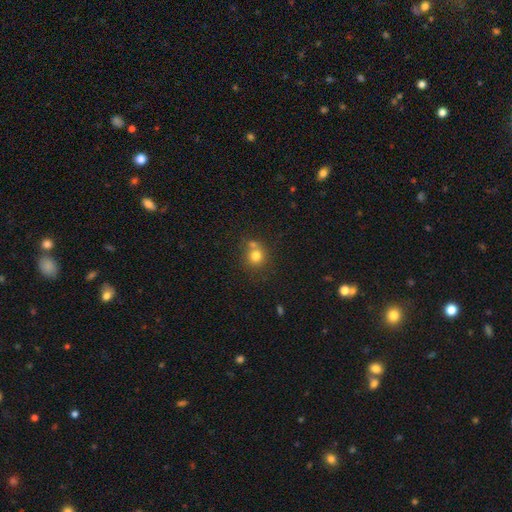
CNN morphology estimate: The model was most divided on "merging": none: 54%, merger: 31%, minor disturbance: 11%, major disturbance: 4%. More confident: how rounded — round (86%); smooth or featured — smooth (77%).